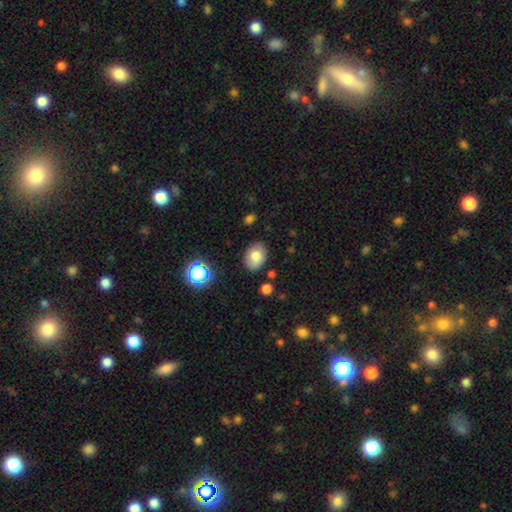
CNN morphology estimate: Overall: smooth (78%). How rounded: in between (76%). Merging: none (81%).